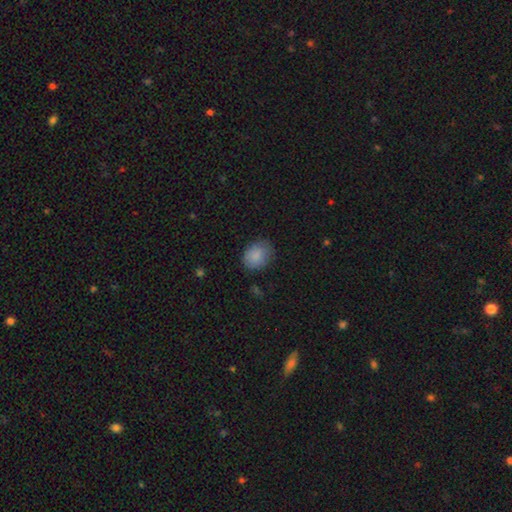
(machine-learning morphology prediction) A smooth galaxy with no disk features (86%) that is in between round and cigar-shaped (54%). Merging: none (76%).